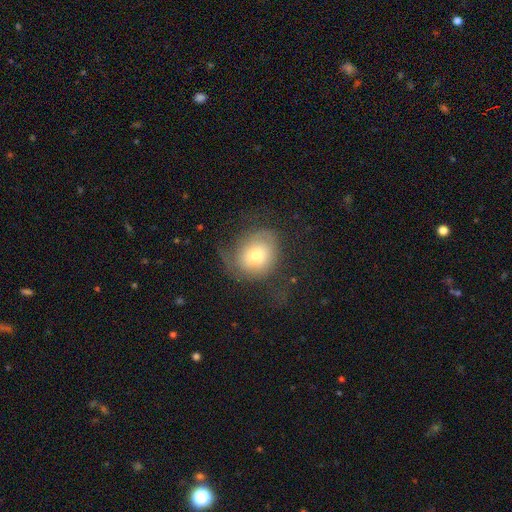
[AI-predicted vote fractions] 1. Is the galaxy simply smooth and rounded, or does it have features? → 63% smooth, 28% featured or disk, 9% star or artifact.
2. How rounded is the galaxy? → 66% round, 33% in between, 1% cigar-shaped.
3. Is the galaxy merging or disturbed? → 44% none, 28% major disturbance, 26% minor disturbance, 2% merger.